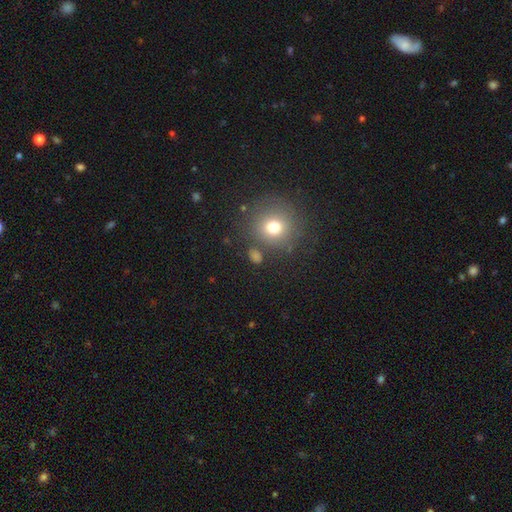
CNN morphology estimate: Smooth or featured: smooth — 68% (star or artifact — 22%)
How rounded: round — 80% (in between — 19%)
Merging: none — 77% (minor disturbance — 10%)